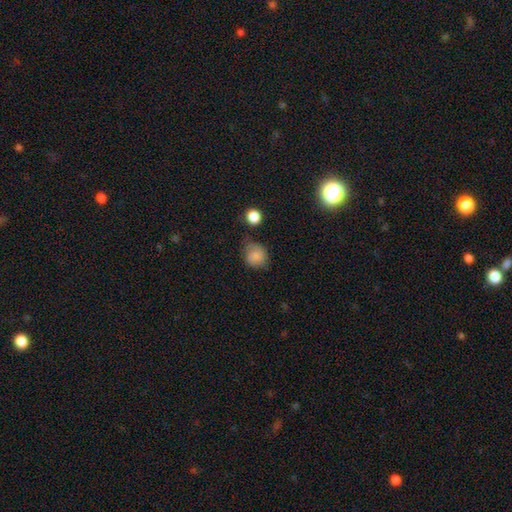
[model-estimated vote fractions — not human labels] Smooth or featured?
  - smooth: 75% *
  - featured or disk: 15%
  - star or artifact: 10%
How rounded?
  - round: 76% *
  - in between: 23%
  - cigar-shaped: 1%
Merging?
  - none: 54% *
  - minor disturbance: 30%
  - major disturbance: 12%
  - merger: 4%